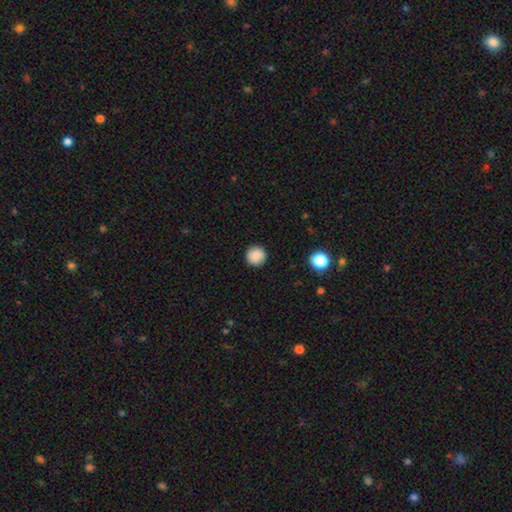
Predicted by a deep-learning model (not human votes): Smooth or featured: smooth — 87% (star or artifact — 9%)
How rounded: round — 95% (in between — 4%)
Merging: none — 91% (minor disturbance — 6%)